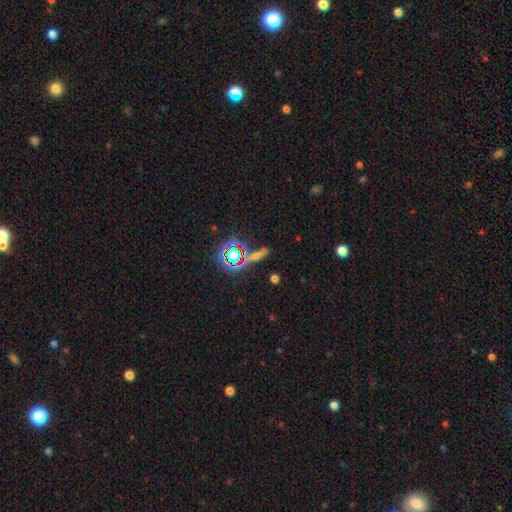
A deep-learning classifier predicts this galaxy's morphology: This appears to be a smooth galaxy with no disk features (39%). Merging: none (72%).